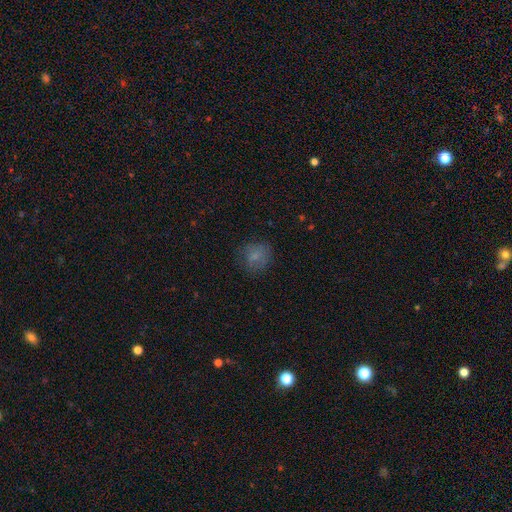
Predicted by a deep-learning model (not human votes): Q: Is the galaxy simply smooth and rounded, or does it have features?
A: smooth — 75%.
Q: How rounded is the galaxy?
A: round — 78%.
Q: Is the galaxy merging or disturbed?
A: none — 68%.